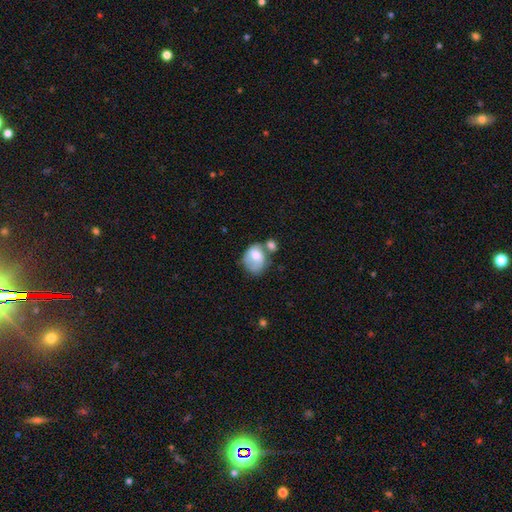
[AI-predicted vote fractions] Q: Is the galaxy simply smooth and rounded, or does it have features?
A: smooth — 62%.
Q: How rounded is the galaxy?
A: in between — 65%.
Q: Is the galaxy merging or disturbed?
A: merger — 39%.